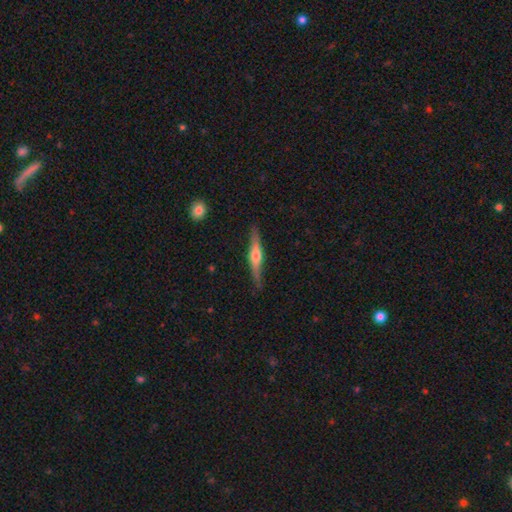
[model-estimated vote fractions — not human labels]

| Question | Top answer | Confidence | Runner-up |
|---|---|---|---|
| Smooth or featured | featured or disk | 64% | smooth (30%) |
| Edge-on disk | yes | 96% | no (4%) |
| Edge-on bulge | rounded | 87% | boxy (7%) |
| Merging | none | 84% | minor disturbance (12%) |